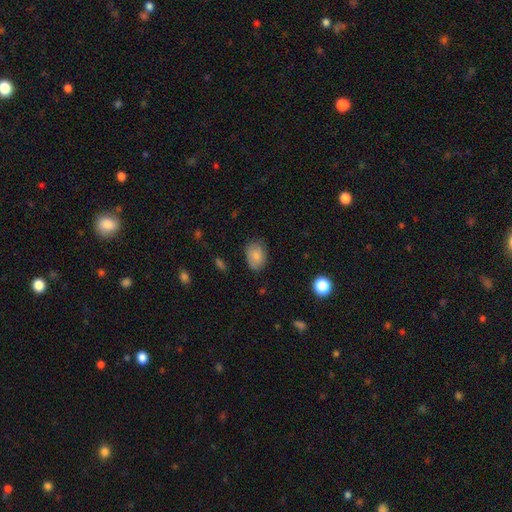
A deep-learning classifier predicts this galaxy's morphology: Q: Smooth or featured?
A: smooth (82%); runner-up: featured or disk (10%)
Q: How rounded?
A: in between (75%); runner-up: round (24%)
Q: Merging?
A: none (73%); runner-up: minor disturbance (21%)